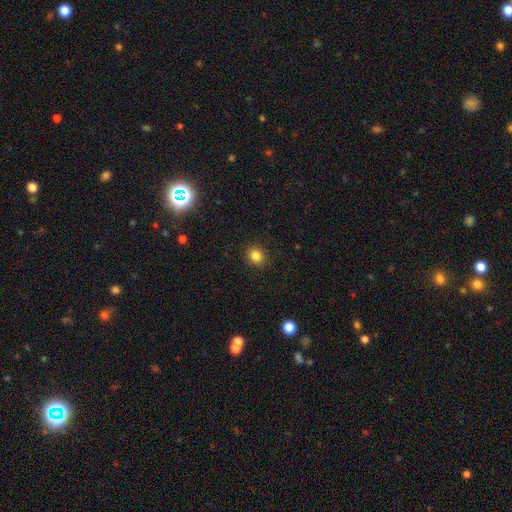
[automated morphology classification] Smooth or featured: smooth — 82% (star or artifact — 12%)
How rounded: round — 75% (in between — 24%)
Merging: none — 89% (minor disturbance — 7%)